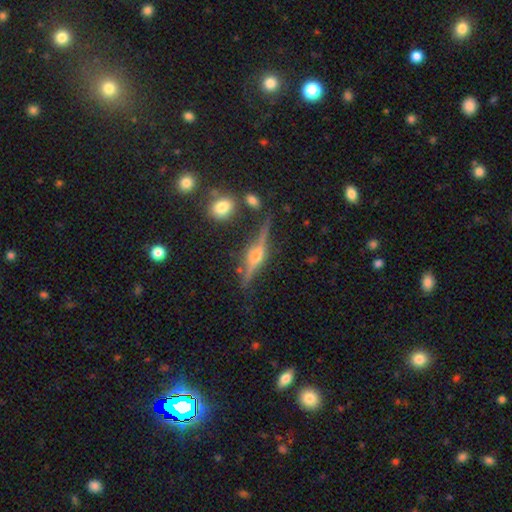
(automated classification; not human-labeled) This is clearly a featured or disk galaxy (82%). It is clearly viewed edge-on (97%). Edge-on bulge: clearly rounded (88%). Merging: clearly none (83%).